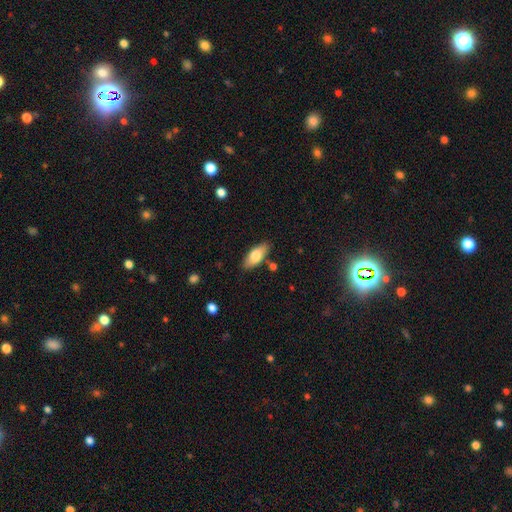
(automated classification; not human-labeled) Smooth or featured? Predicted: smooth (p=0.76). How rounded? Predicted: in between (p=0.82). Merging? Predicted: none (p=0.82).